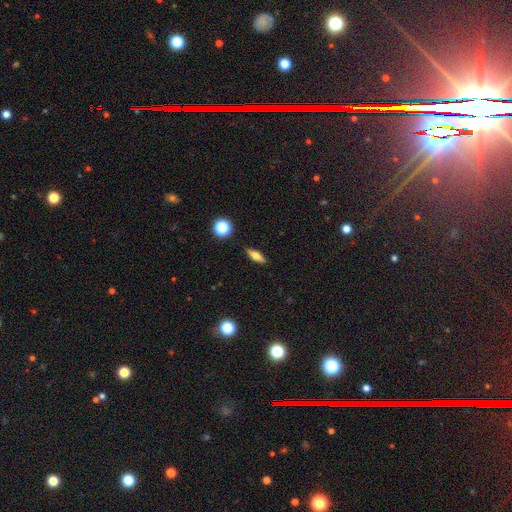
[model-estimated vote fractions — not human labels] smooth 51%, featured or disk 39%, star or artifact 10%. Down the decision tree: how rounded — in between (47%); merging — none (89%).